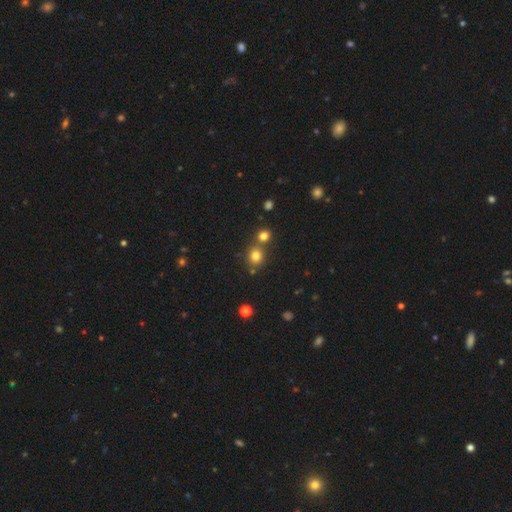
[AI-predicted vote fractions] This appears to be a smooth galaxy with no disk features (78%) that is round (81%). Merging: none (65%).